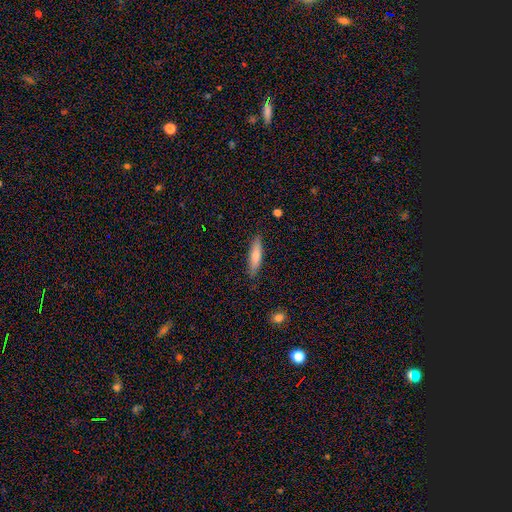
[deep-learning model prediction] Smooth or featured? smooth (73%)
How rounded? cigar-shaped (75%)
Merging? none (86%)